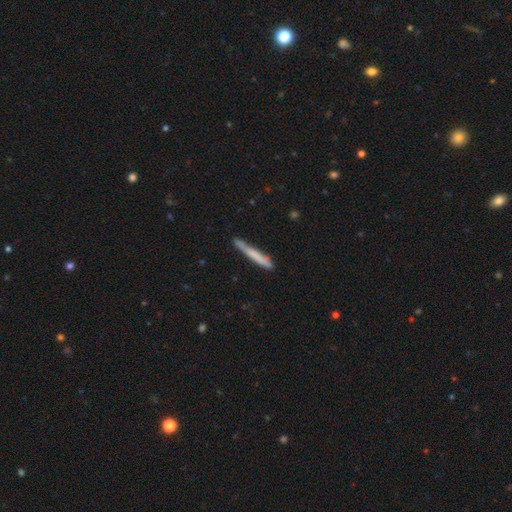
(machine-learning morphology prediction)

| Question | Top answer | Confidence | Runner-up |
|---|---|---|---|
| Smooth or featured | smooth | 67% | featured or disk (28%) |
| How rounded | cigar-shaped | 96% | in between (3%) |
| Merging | none | 74% | minor disturbance (19%) |